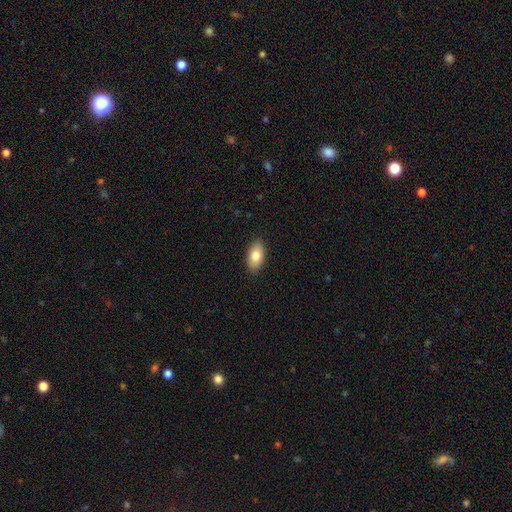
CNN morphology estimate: Q: Smooth or featured?
A: smooth (80%); runner-up: featured or disk (13%)
Q: How rounded?
A: in between (93%); runner-up: round (4%)
Q: Merging?
A: none (90%); runner-up: minor disturbance (8%)